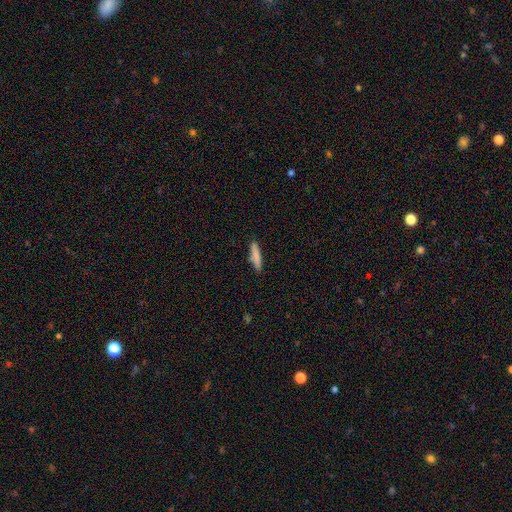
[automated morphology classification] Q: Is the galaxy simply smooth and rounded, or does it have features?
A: smooth — 83%.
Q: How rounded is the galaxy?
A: cigar-shaped — 86%.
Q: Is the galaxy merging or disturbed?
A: none — 87%.